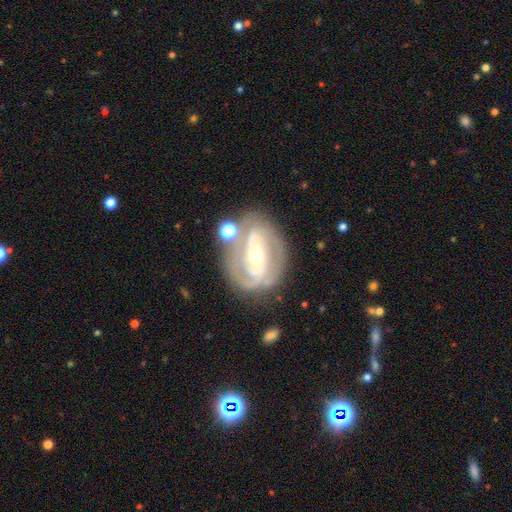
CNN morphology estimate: Q: Smooth or featured?
A: featured or disk (84%); runner-up: smooth (10%)
Q: Edge-on disk?
A: no (95%); runner-up: yes (5%)
Q: Bar?
A: strong (48%); runner-up: weak (30%)
Q: Spiral arms?
A: yes (86%); runner-up: no (14%)
Q: Spiral winding?
A: tight (53%); runner-up: medium (35%)
Q: Spiral arm count?
A: 2 (62%); runner-up: can't tell (19%)
Q: Bulge size?
A: moderate (50%); runner-up: small (46%)
Q: Merging?
A: none (68%); runner-up: minor disturbance (17%)